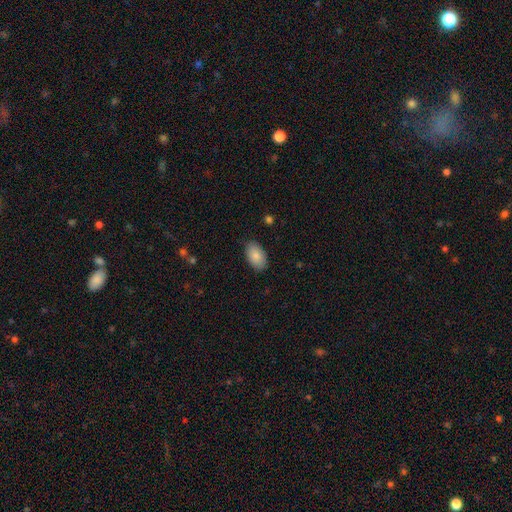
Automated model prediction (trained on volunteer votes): This is clearly a smooth galaxy (86%). How rounded: clearly in between (94%). Merging: clearly none (85%).